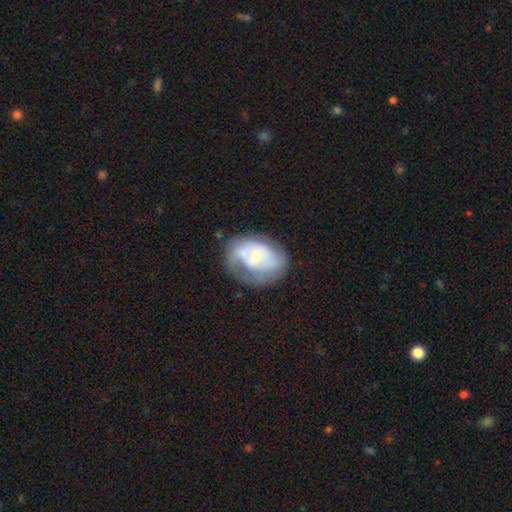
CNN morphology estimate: smooth-or-featured: featured or disk: 59% | smooth: 34% | star or artifact: 8%
  disk-edge-on: no: 97% | yes: 3%
    bar: no: 74% | weak: 22% | strong: 5%
    has-spiral-arms: yes: 58% | no: 42%
    bulge-size: small: 59% | moderate: 26% | none: 8% | large: 5% | dominant: 2%
  merging: none: 43% | minor disturbance: 27% | major disturbance: 23% | merger: 7%